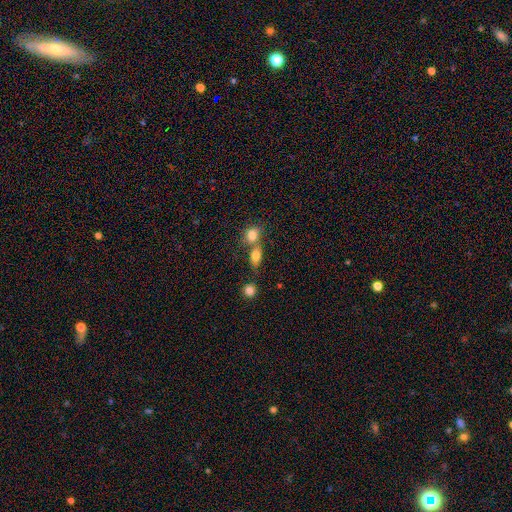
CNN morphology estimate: This is likely a smooth galaxy (79%). How rounded: likely in between (71%). Merging: possibly merger (48%).